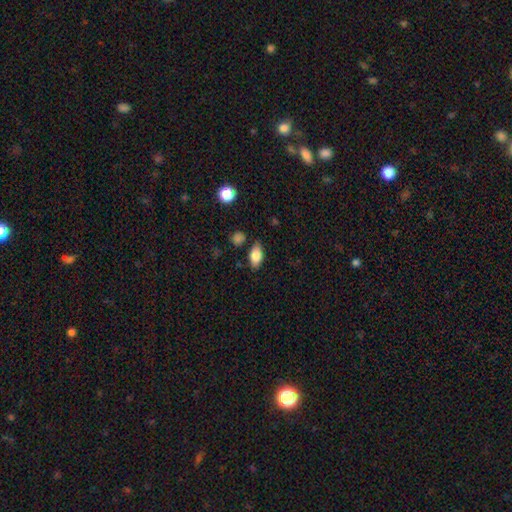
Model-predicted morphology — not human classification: Smooth or featured? smooth (80%)
How rounded? in between (89%)
Merging? none (79%)